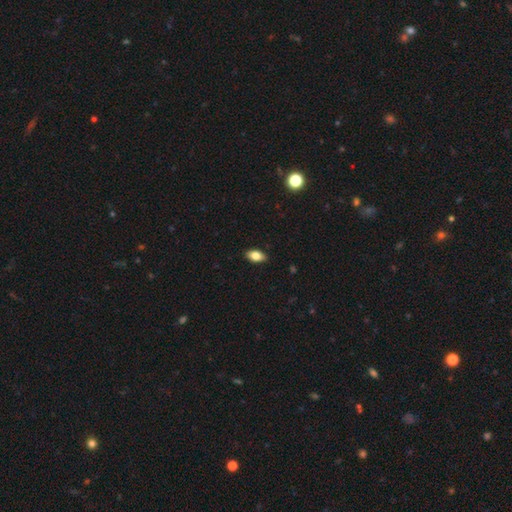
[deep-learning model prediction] A smooth galaxy with no disk features (81%) that is in between round and cigar-shaped (90%). Merging: none (87%).